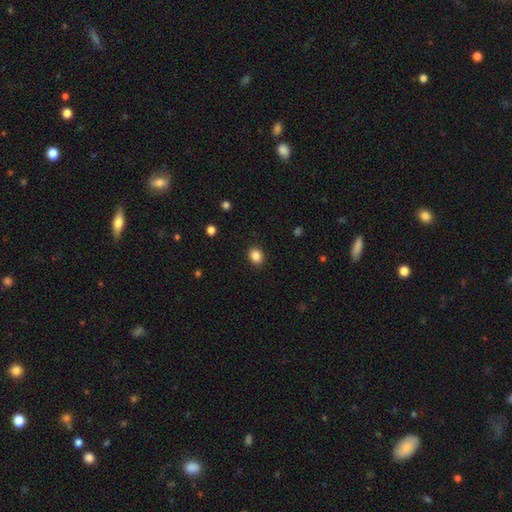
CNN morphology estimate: This appears to be a smooth galaxy with no disk features (87%) that is round (55%). Merging: none (89%).